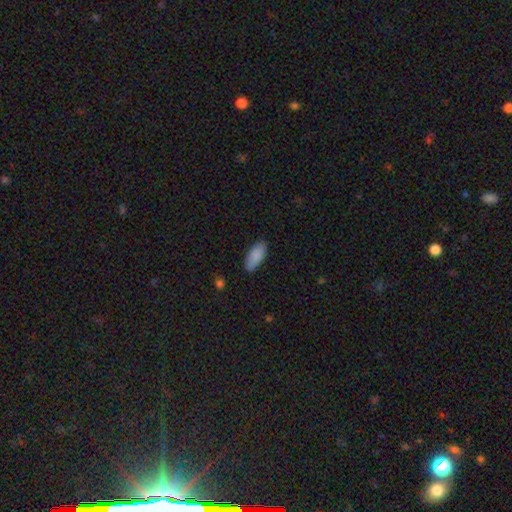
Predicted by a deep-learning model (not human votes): Q: Smooth or featured?
A: smooth (88%); runner-up: star or artifact (6%)
Q: How rounded?
A: in between (88%); runner-up: cigar-shaped (10%)
Q: Merging?
A: none (85%); runner-up: minor disturbance (12%)